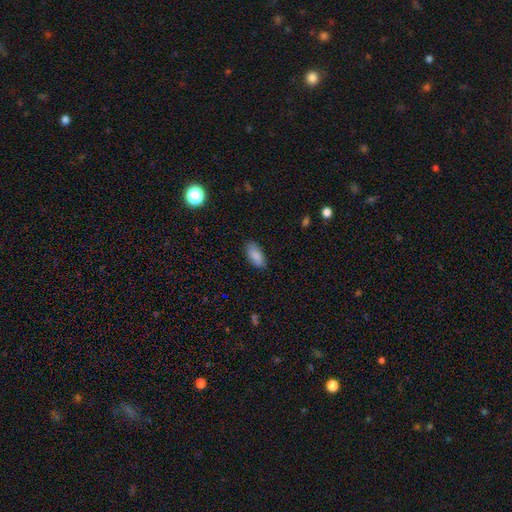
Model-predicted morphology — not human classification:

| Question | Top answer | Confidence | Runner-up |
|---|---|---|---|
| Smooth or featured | smooth | 88% | star or artifact (7%) |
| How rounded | in between | 90% | cigar-shaped (8%) |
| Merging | none | 83% | minor disturbance (13%) |